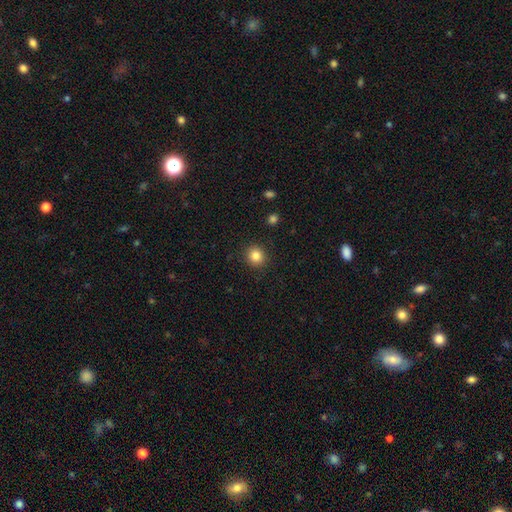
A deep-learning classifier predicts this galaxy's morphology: smooth-or-featured: smooth: 85% | star or artifact: 11% | featured or disk: 5%
  how-rounded: round: 87% | in between: 12% | cigar-shaped: 1%
  merging: none: 90% | minor disturbance: 6% | major disturbance: 2% | merger: 1%